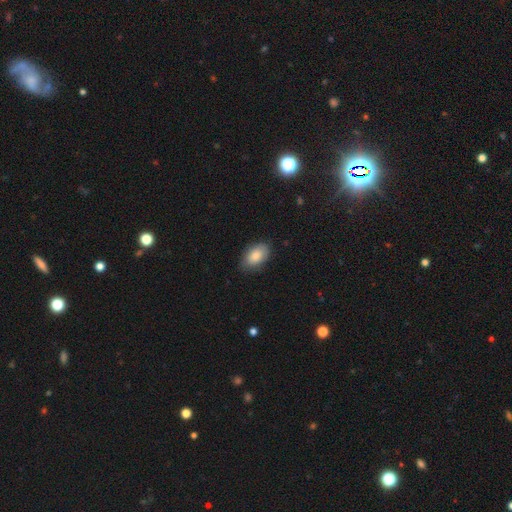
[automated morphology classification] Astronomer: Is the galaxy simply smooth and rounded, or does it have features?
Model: smooth — 85%.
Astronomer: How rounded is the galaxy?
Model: in between — 92%.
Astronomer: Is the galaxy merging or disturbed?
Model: none — 78%.